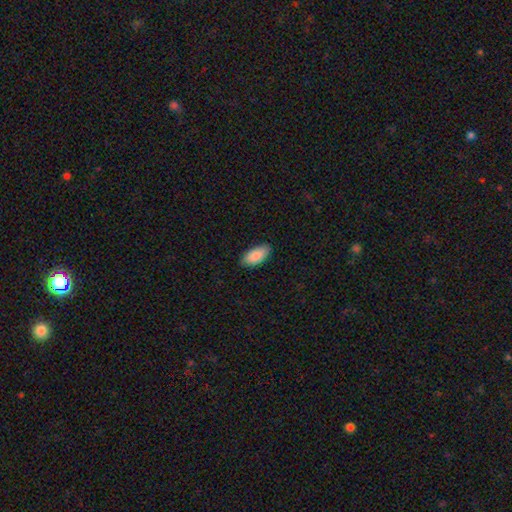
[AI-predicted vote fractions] Smooth or featured? smooth (88%)
How rounded? in between (94%)
Merging? none (82%)